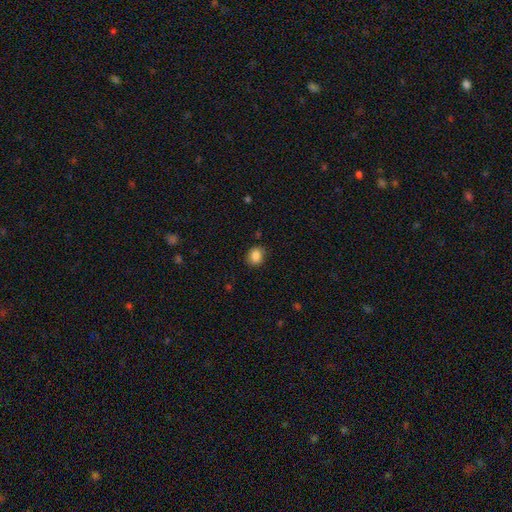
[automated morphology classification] Smooth or featured?
  - smooth: 86% *
  - star or artifact: 10%
  - featured or disk: 4%
How rounded?
  - round: 56% *
  - in between: 43%
  - cigar-shaped: 1%
Merging?
  - none: 84% *
  - minor disturbance: 12%
  - major disturbance: 3%
  - merger: 1%